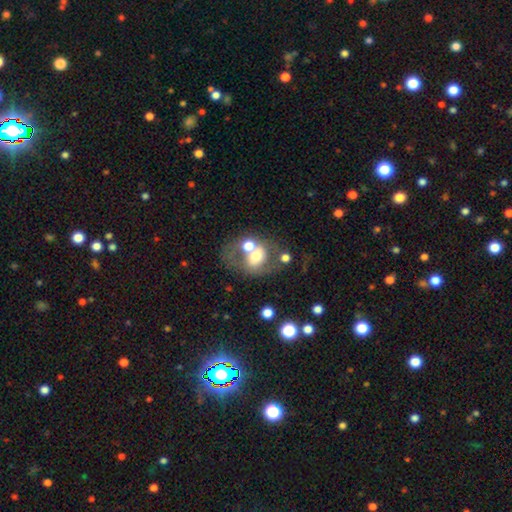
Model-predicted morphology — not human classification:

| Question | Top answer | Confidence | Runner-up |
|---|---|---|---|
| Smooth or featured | smooth | 46% | featured or disk (42%) |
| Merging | none | 38% | merger (35%) |